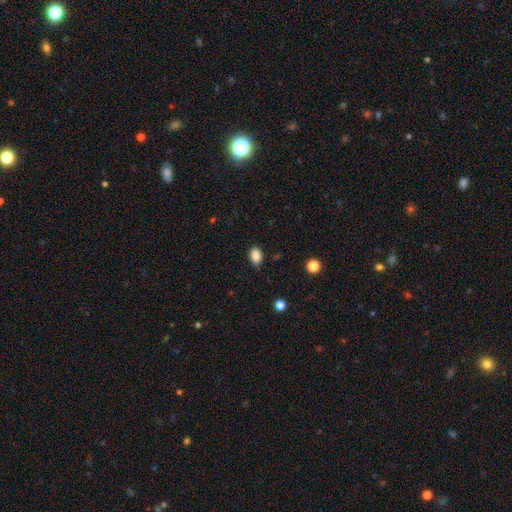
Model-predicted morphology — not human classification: The model was most divided on "how rounded": in between: 76%, round: 22%, cigar-shaped: 1%. More confident: smooth or featured — smooth (85%); merging — none (75%).